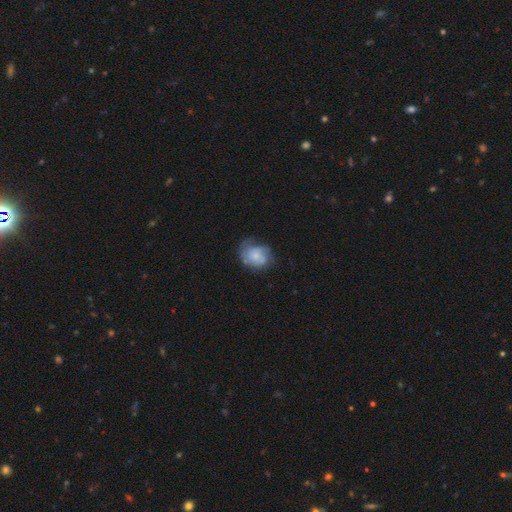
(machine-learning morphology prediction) The model was most divided on "smooth or featured": smooth: 49%, featured or disk: 43%, star or artifact: 8%. Remaining: merging — none (48%).